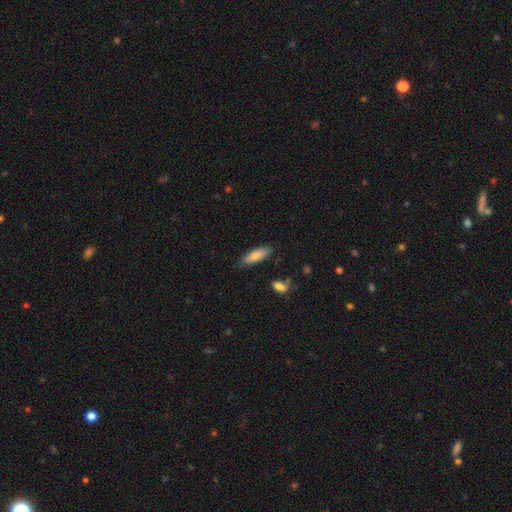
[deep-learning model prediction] smooth_or_featured: smooth (p=0.78) [alt: featured or disk p=0.16]
how_rounded: in between (p=0.60) [alt: cigar-shaped p=0.38]
merging: none (p=0.80) [alt: minor disturbance p=0.15]